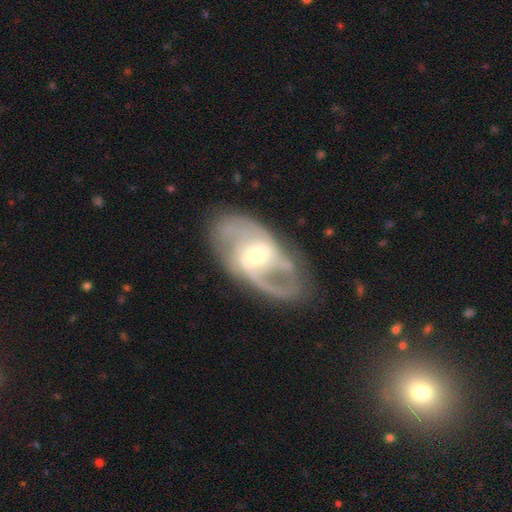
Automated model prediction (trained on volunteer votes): A featured or disk galaxy (86%) with a weak bar (43%), 2 (71%) medium (50%) spiral arms (91%) and a small central bulge (52%).

Vote fractions:
- Smooth or featured? featured or disk: 86% / smooth: 9% / star or artifact: 5%
- Edge-on disk? no: 95% / yes: 5%
- Bar? weak: 43% / no: 33% / strong: 24%
- Spiral arms? yes: 91% / no: 9%
- Spiral winding? medium: 50% / tight: 28% / loose: 23%
- Spiral arm count? 2: 71% / can't tell: 13% / 3: 8% / 1: 4% / 4: 2% / more than 4: 2%
- Bulge size? small: 52% / moderate: 43% / large: 3% / none: 1% / dominant: 1%
- Merging? none: 73% / minor disturbance: 15% / major disturbance: 10% / merger: 2%